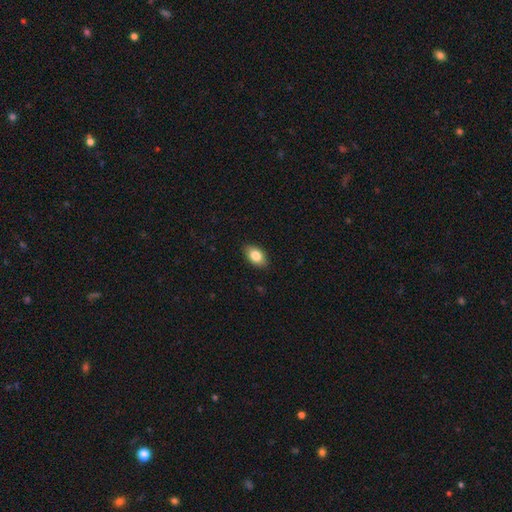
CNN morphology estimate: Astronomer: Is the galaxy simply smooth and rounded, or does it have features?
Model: smooth — 83%.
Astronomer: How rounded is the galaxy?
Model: in between — 90%.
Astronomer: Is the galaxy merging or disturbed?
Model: none — 88%.